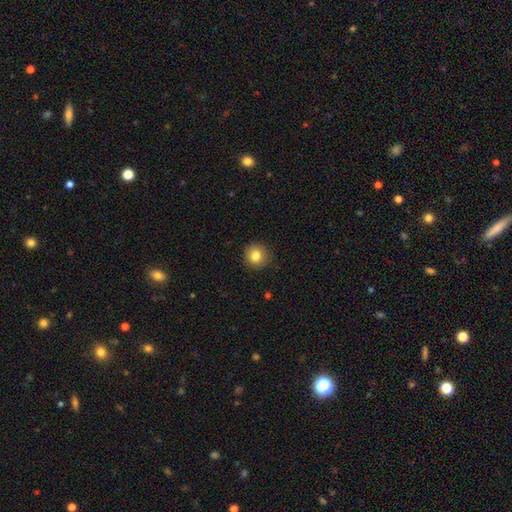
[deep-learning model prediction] Smooth or featured: smooth — 83% (star or artifact — 10%)
How rounded: round — 93% (in between — 6%)
Merging: none — 90% (minor disturbance — 7%)